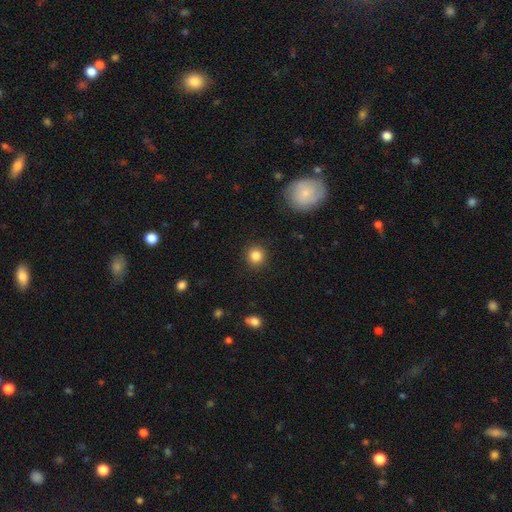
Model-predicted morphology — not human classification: Smooth or featured? smooth (85%)
How rounded? round (92%)
Merging? none (90%)